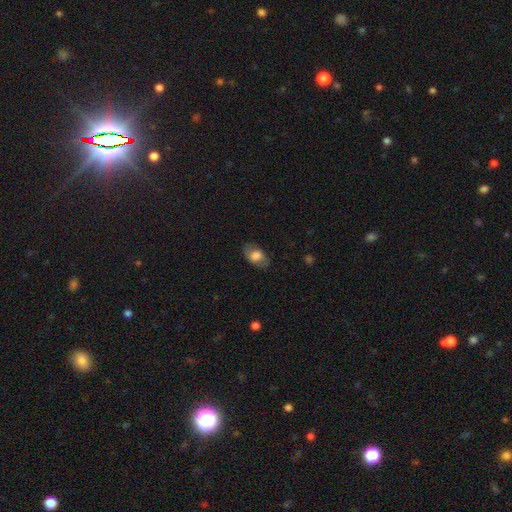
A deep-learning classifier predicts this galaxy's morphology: smooth 68%, featured or disk 24%, star or artifact 7%. Down the decision tree: how rounded — in between (88%); merging — none (77%).